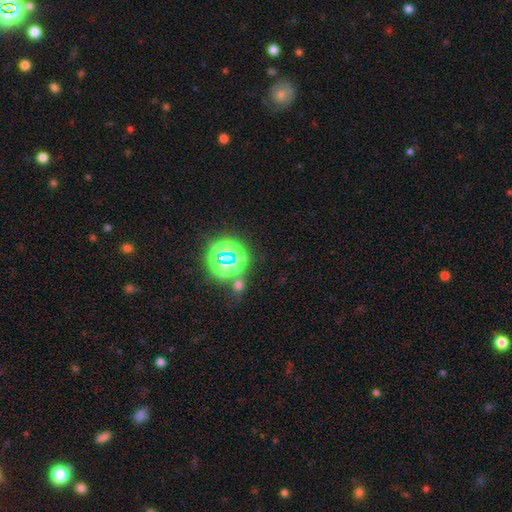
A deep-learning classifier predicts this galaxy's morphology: star or artifact 78%, smooth 16%, featured or disk 6%.